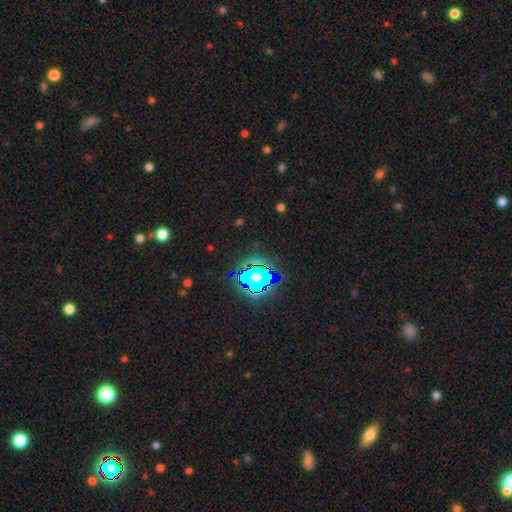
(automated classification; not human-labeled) Overall: star or artifact (79%).